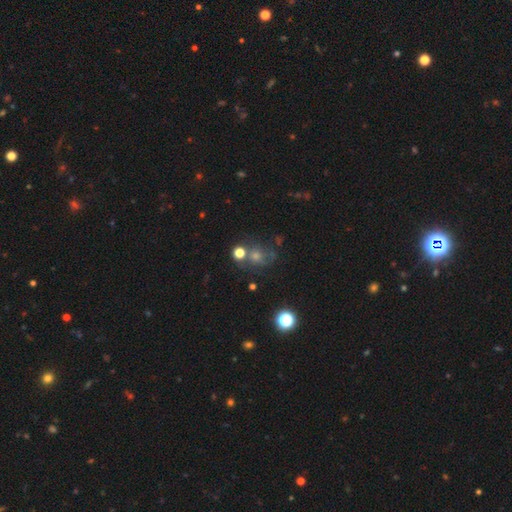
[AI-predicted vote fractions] This appears to be a smooth galaxy with no disk features (40%). Merging: none (58%).